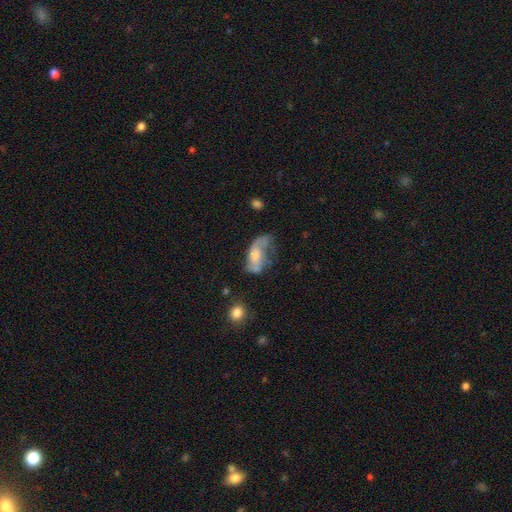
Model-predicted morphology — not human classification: This appears to be a featured or disk galaxy (55%) with no bar (67%), spiral arms (69%) and a moderate central bulge (37%). Merging: major disturbance (35%).